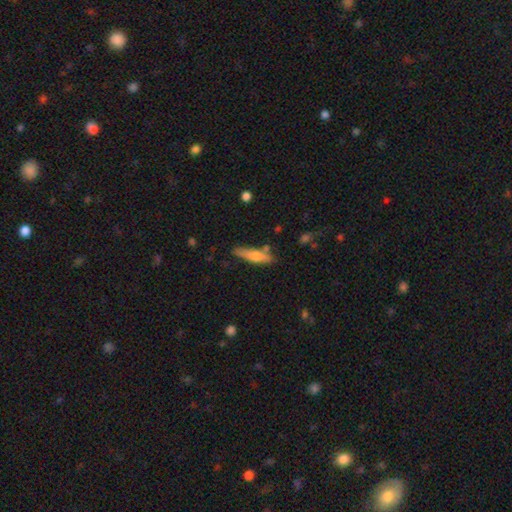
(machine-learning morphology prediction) Smooth or featured: smooth — 62% (featured or disk — 32%)
How rounded: cigar-shaped — 74% (in between — 24%)
Merging: none — 72% (minor disturbance — 18%)